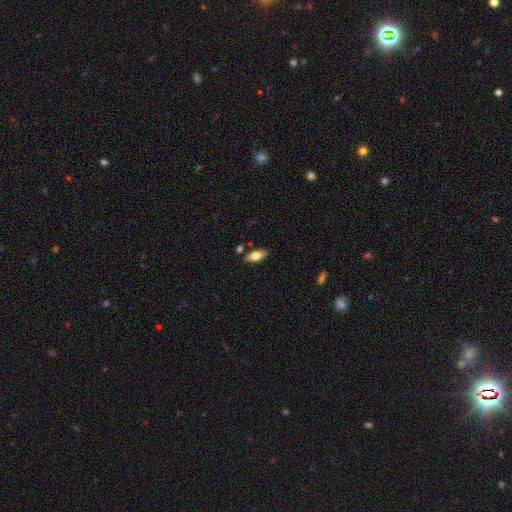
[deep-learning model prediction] A smooth galaxy with no disk features (69%) that is in between round and cigar-shaped (82%). Merging: none (83%).